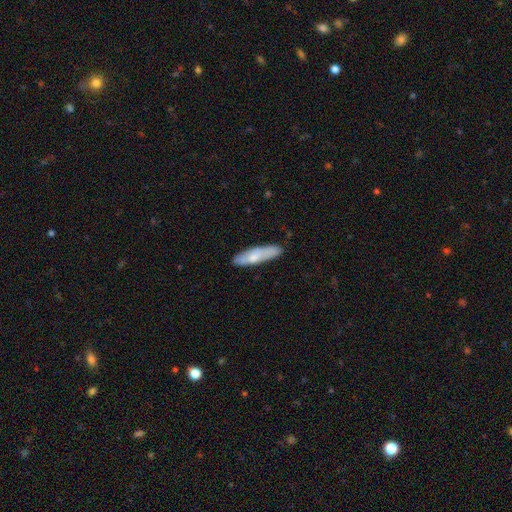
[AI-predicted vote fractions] The model was most divided on "how rounded": cigar-shaped: 69%, in between: 29%, round: 2%. More confident: merging — none (83%); smooth or featured — smooth (68%).